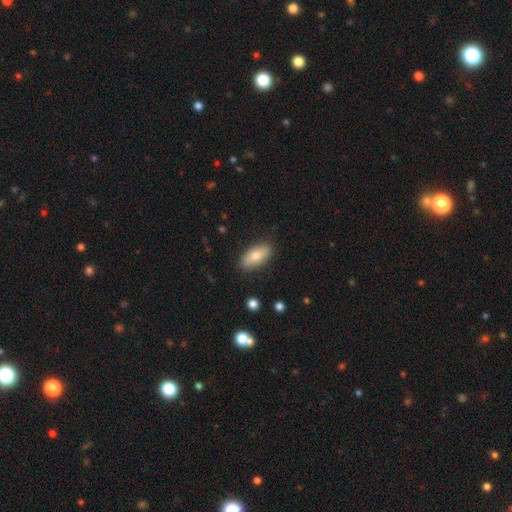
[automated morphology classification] A smooth galaxy with no disk features (75%) that is in between round and cigar-shaped (88%).

Vote fractions:
- Smooth or featured? smooth: 75% / featured or disk: 18% / star or artifact: 7%
- How rounded? in between: 88% / cigar-shaped: 8% / round: 3%
- Merging? none: 86% / minor disturbance: 10% / major disturbance: 2% / merger: 1%